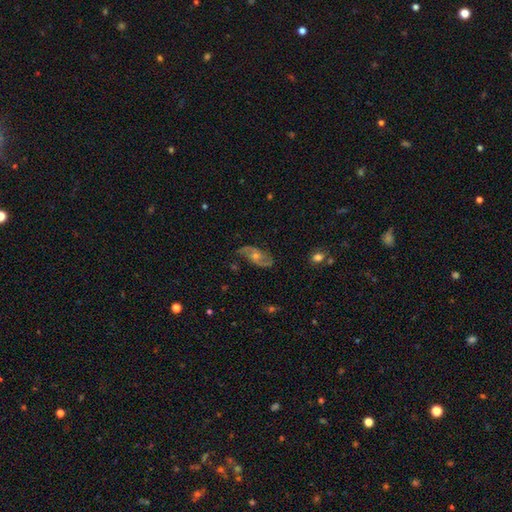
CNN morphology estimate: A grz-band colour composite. It shows a featured or disk galaxy (81%) with no bar (65%), 2 (85%) medium (49%) spiral arms (94%) and a moderate central bulge (54%). Merging: none (77%).